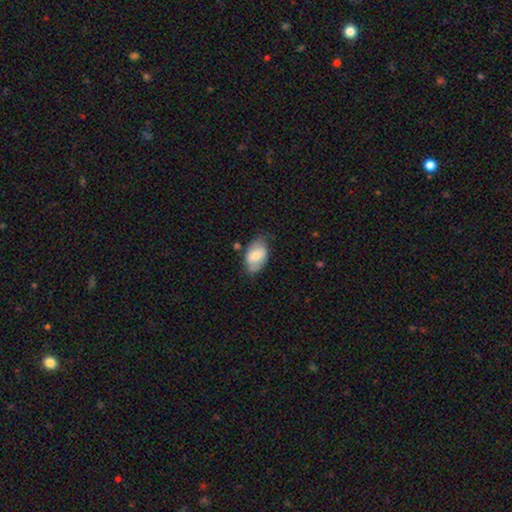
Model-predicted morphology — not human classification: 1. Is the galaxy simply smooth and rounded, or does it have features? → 68% smooth, 26% featured or disk, 6% star or artifact.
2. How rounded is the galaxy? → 91% in between, 7% round, 1% cigar-shaped.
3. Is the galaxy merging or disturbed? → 63% none, 27% minor disturbance, 6% major disturbance, 3% merger.